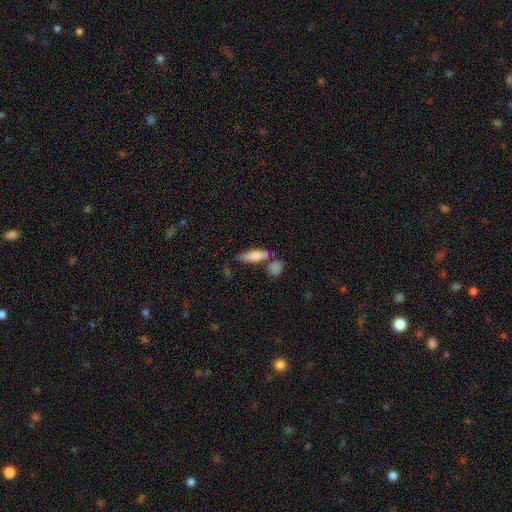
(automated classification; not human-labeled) This is likely a smooth galaxy (71%). How rounded: possibly cigar-shaped (59%). Merging: likely none (63%).